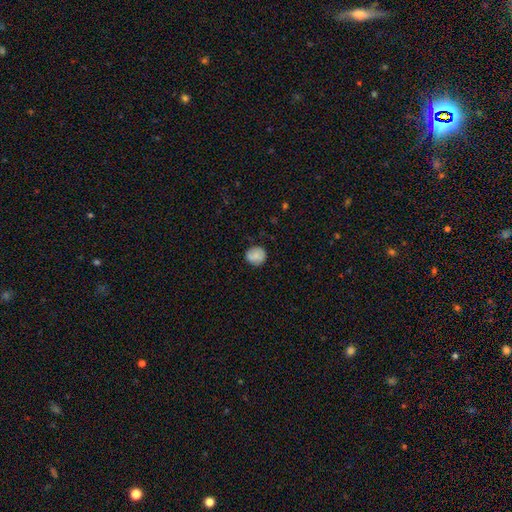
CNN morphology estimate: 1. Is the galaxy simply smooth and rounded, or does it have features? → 76% smooth, 16% featured or disk, 8% star or artifact.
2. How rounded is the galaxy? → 84% round, 15% in between, 1% cigar-shaped.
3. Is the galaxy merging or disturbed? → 80% none, 16% minor disturbance, 3% major disturbance, 1% merger.